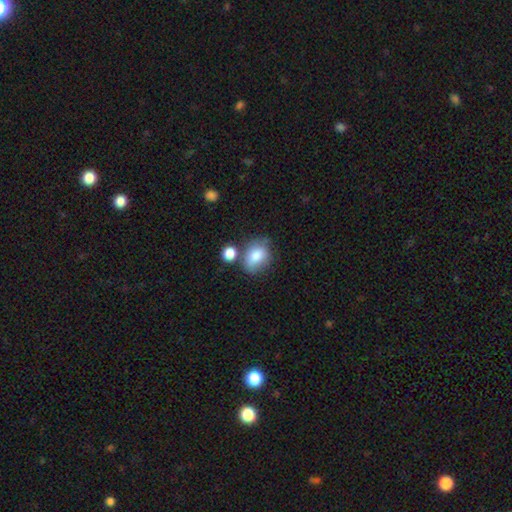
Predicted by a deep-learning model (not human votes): smooth-or-featured: smooth: 80% | featured or disk: 12% | star or artifact: 9%
  how-rounded: in between: 64% | round: 34% | cigar-shaped: 1%
  merging: none: 54% | minor disturbance: 21% | merger: 18% | major disturbance: 7%